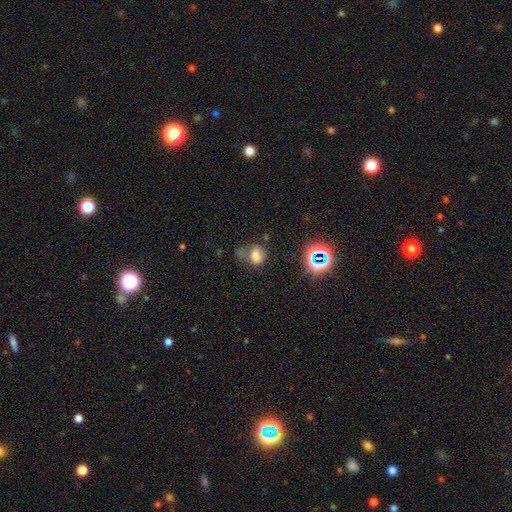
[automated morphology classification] This is likely a smooth galaxy (64%). How rounded: likely in between (61%). Merging: marginally none (43%).